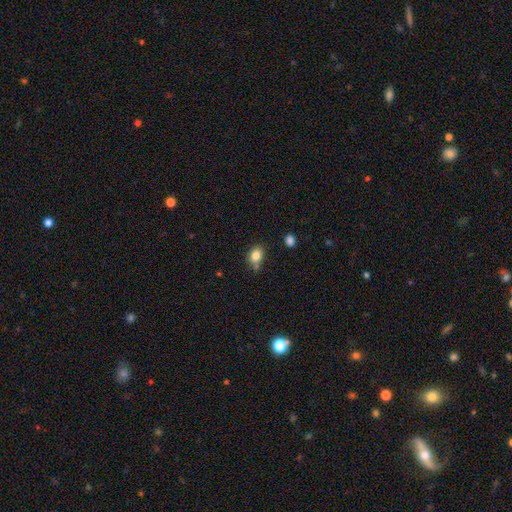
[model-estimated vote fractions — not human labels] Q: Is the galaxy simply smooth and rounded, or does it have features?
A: smooth — 83%.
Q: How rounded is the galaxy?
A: in between — 58%.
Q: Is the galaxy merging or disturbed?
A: none — 65%.